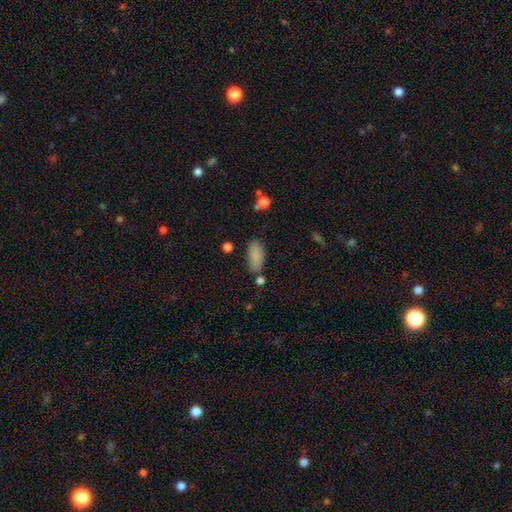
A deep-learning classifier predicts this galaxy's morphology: A smooth galaxy with no disk features (85%) that is in between round and cigar-shaped (88%).

Vote fractions:
- Smooth or featured? smooth: 85% / star or artifact: 8% / featured or disk: 7%
- How rounded? in between: 88% / cigar-shaped: 10% / round: 3%
- Merging? none: 74% / minor disturbance: 17% / merger: 5% / major disturbance: 4%